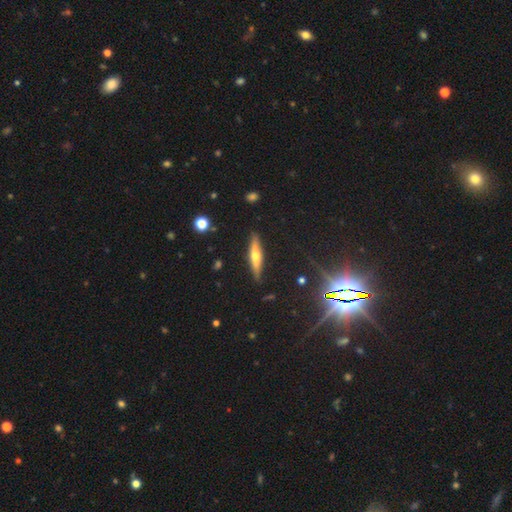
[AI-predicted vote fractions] This is possibly a featured or disk galaxy (56%). It is clearly viewed edge-on (94%). Edge-on bulge: clearly rounded (88%). Merging: clearly none (88%).